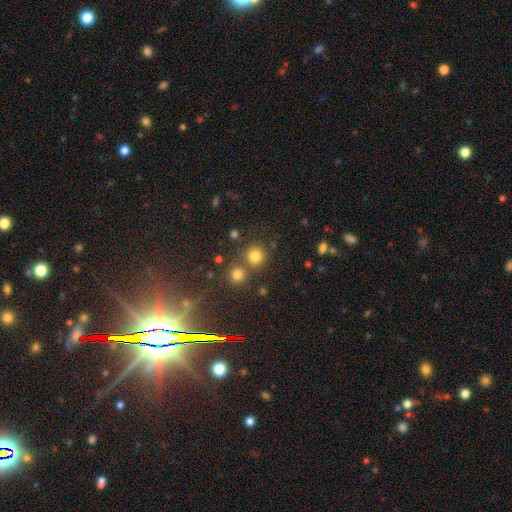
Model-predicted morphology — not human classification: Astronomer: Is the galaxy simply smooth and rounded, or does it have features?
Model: smooth — 78%.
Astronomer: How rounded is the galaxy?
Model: round — 91%.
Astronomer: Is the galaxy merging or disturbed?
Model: none — 71%.